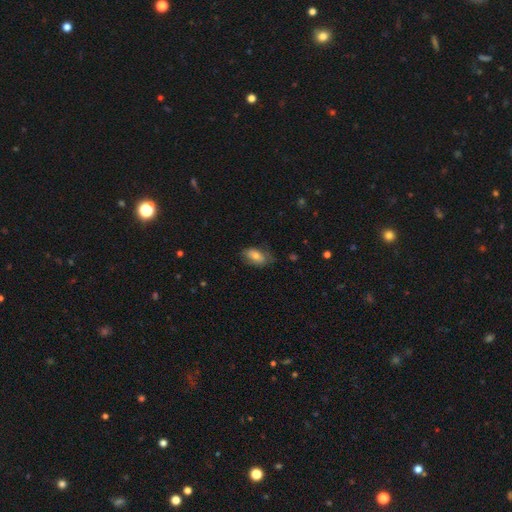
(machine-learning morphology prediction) This is likely a smooth galaxy (68%). How rounded: clearly in between (90%). Merging: likely none (66%).